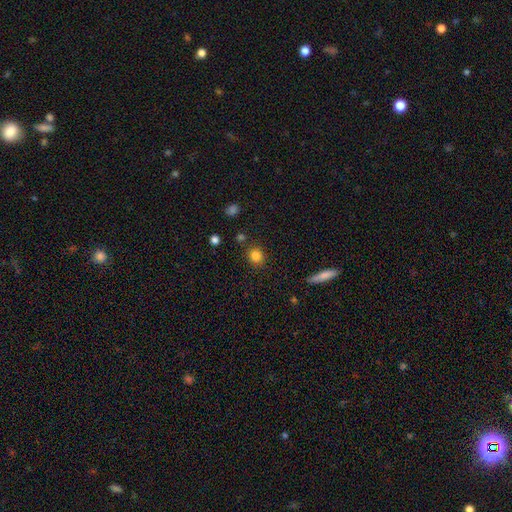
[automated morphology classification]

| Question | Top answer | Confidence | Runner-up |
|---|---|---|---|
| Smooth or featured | smooth | 82% | star or artifact (12%) |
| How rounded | round | 84% | in between (15%) |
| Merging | none | 86% | minor disturbance (8%) |